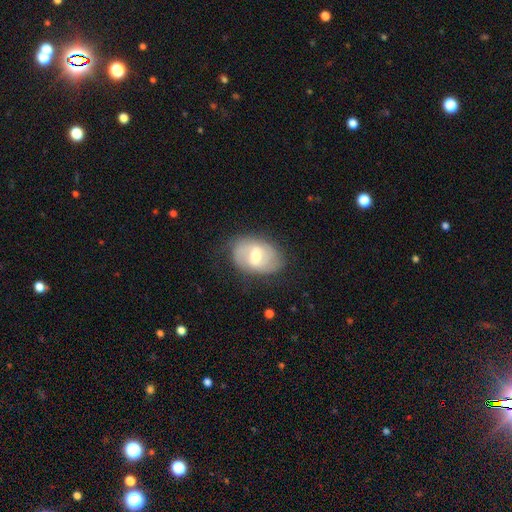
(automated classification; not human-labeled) This is possibly a featured or disk galaxy (60%). It is clearly not viewed edge-on (95%). Bar: possibly weak (57%). Spiral arm pattern: likely yes (72%). Central bulge: likely moderate (70%). Merging: likely none (70%).